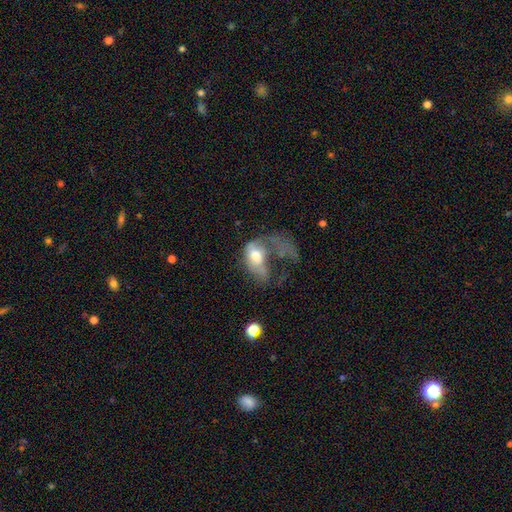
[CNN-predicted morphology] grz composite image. It shows a smooth galaxy with no disk features (49%). Merging: major disturbance (67%).